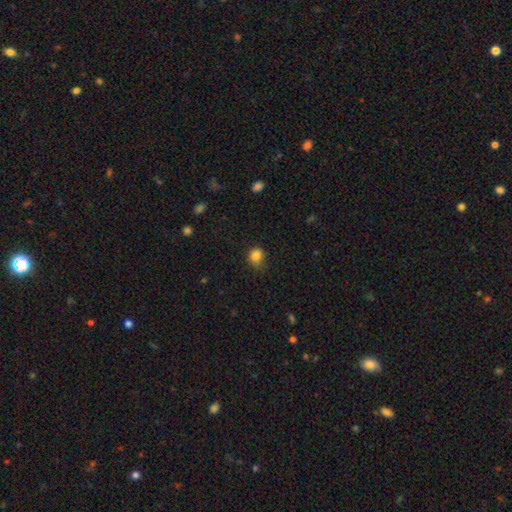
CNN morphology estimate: This is clearly a smooth galaxy (84%). How rounded: likely round (77%). Merging: likely none (67%).